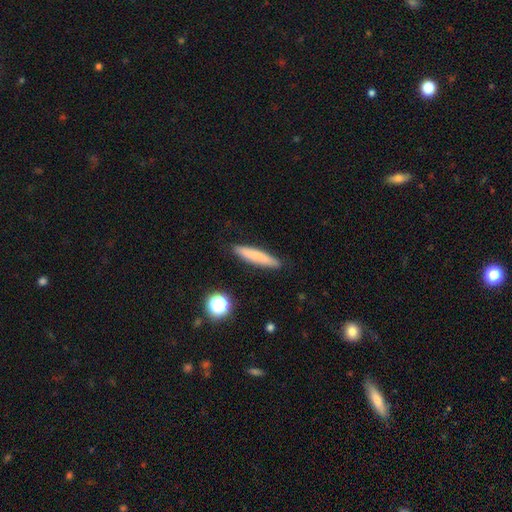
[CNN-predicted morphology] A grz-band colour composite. It shows a smooth galaxy with no disk features (75%) that is cigar-shaped (90%). Merging: none (89%).